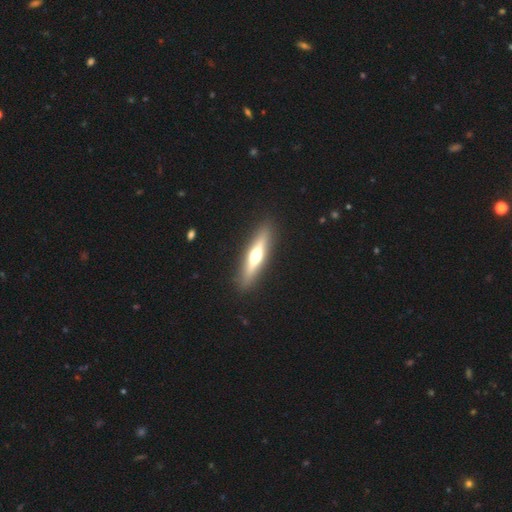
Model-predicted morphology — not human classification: A featured or disk galaxy (59%) viewed edge-on (92%) with a rounded central bulge (93%).

Vote fractions:
- Smooth or featured? featured or disk: 59% / smooth: 35% / star or artifact: 6%
- Edge-on disk? yes: 92% / no: 8%
- Edge-on bulge? rounded: 93% / boxy: 4% / none: 3%
- Merging? none: 90% / minor disturbance: 7% / major disturbance: 2% / merger: 1%